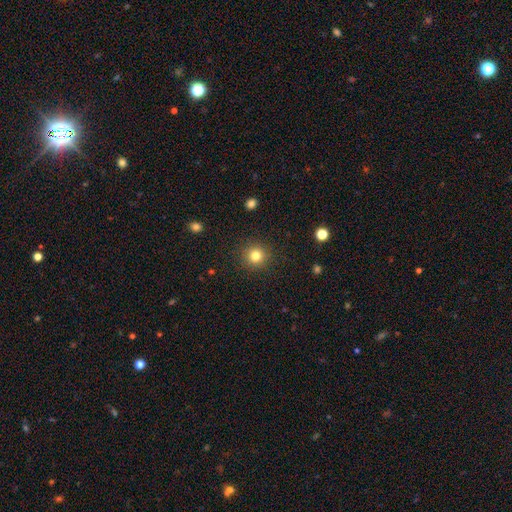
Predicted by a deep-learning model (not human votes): Smooth or featured?
  - smooth: 81% *
  - star or artifact: 13%
  - featured or disk: 6%
How rounded?
  - round: 94% *
  - in between: 5%
  - cigar-shaped: 1%
Merging?
  - none: 91% *
  - minor disturbance: 6%
  - major disturbance: 2%
  - merger: 1%